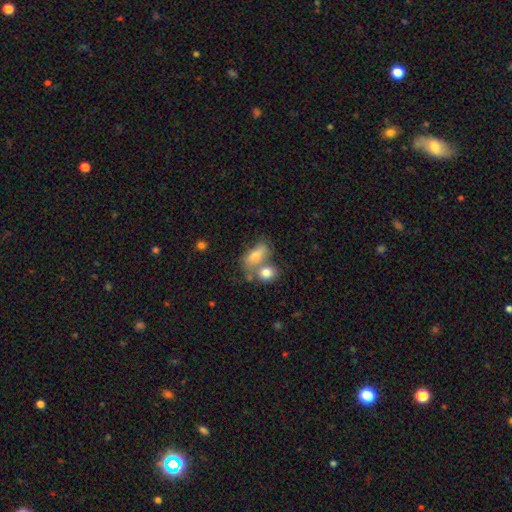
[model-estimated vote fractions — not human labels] Smooth or featured? smooth (75%)
How rounded? in between (83%)
Merging? merger (44%)